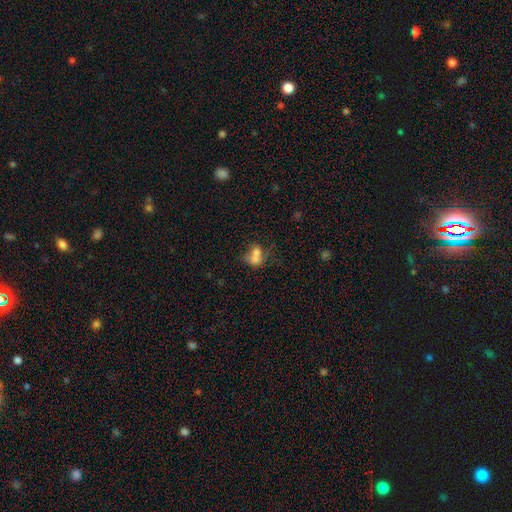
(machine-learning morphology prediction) smooth_or_featured: smooth (p=0.67) [alt: featured or disk p=0.19]
how_rounded: in between (p=0.65) [alt: round p=0.31]
merging: merger (p=0.56) [alt: none p=0.22]